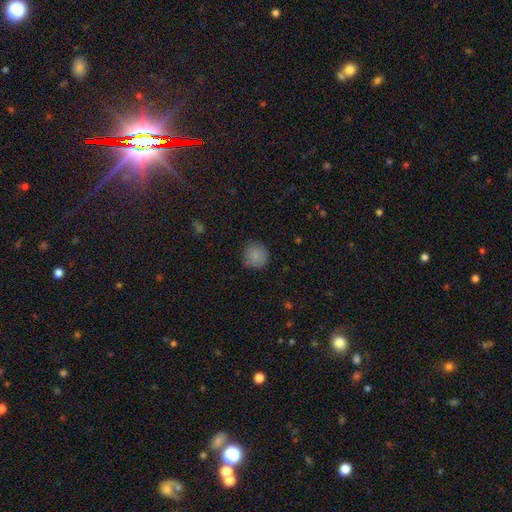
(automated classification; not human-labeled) Smooth or featured: smooth — 86% (star or artifact — 9%)
How rounded: round — 93% (in between — 6%)
Merging: none — 86% (minor disturbance — 10%)